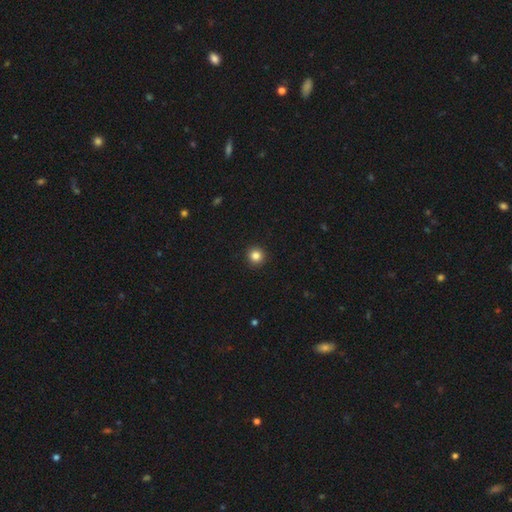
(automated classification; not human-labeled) A smooth galaxy with no disk features (84%) that is round (95%).

Vote fractions:
- Smooth or featured? smooth: 84% / star or artifact: 11% / featured or disk: 4%
- How rounded? round: 95% / in between: 4% / cigar-shaped: 1%
- Merging? none: 93% / minor disturbance: 4% / major disturbance: 1% / merger: 1%